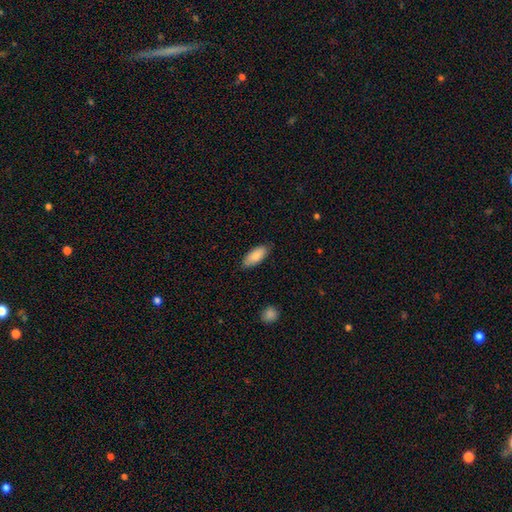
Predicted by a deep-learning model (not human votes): Smooth or featured? smooth (85%)
How rounded? in between (87%)
Merging? none (82%)